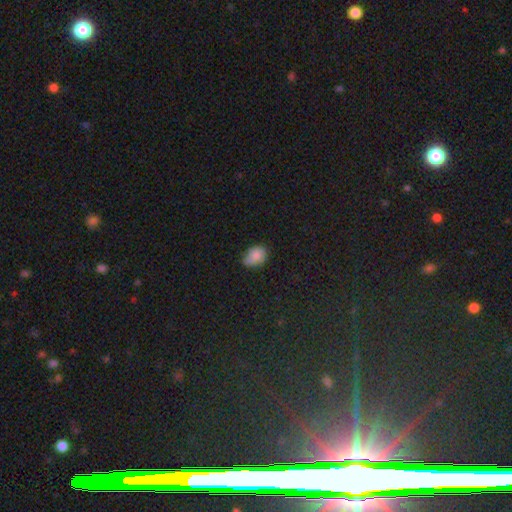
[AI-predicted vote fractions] A smooth galaxy with no disk features (76%) that is in between round and cigar-shaped (67%). Merging: none (52%).